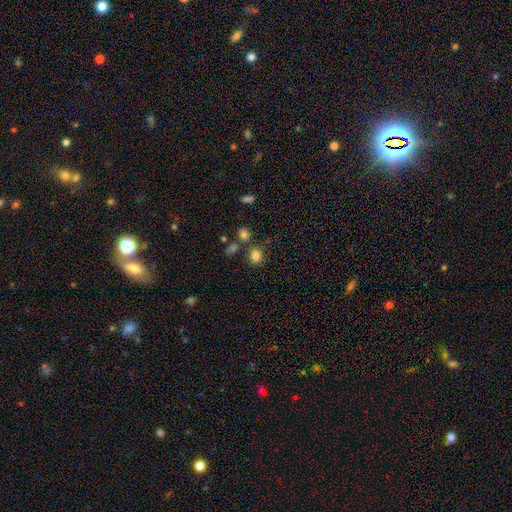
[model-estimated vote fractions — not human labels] A smooth galaxy with no disk features (82%) that is round (66%). Merging: none (74%).